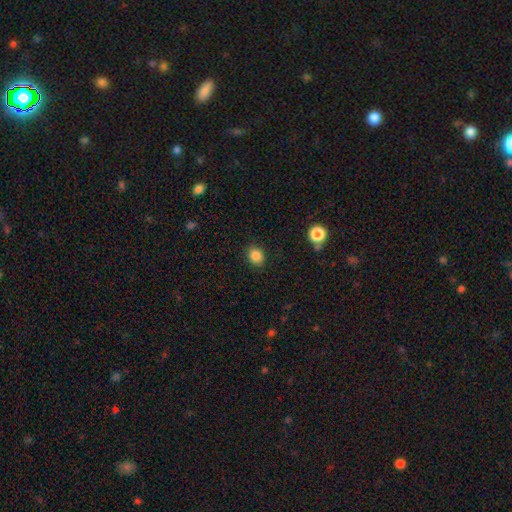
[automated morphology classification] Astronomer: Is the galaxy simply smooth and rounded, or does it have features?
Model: smooth — 85%.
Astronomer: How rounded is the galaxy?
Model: round — 61% (runner-up: in between, 38%).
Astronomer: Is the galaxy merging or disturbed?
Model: none — 88%.